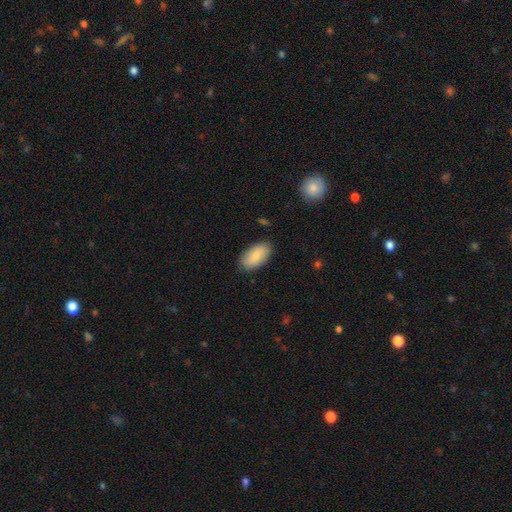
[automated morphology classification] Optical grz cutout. It shows a smooth galaxy with no disk features (82%) that is in between round and cigar-shaped (94%). Merging: none (85%).